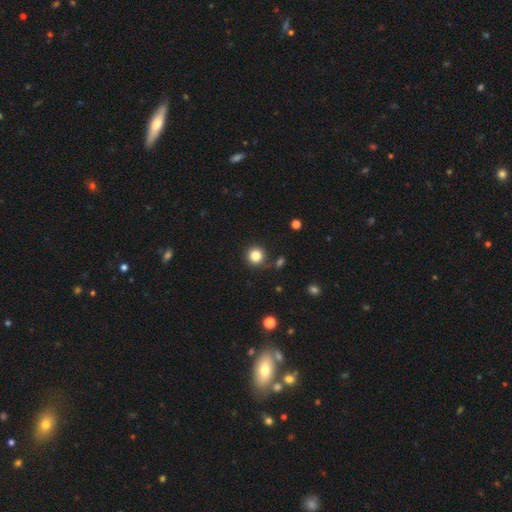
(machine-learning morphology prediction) Smooth or featured: smooth — 83% (star or artifact — 12%)
How rounded: round — 94% (in between — 5%)
Merging: none — 85% (minor disturbance — 8%)